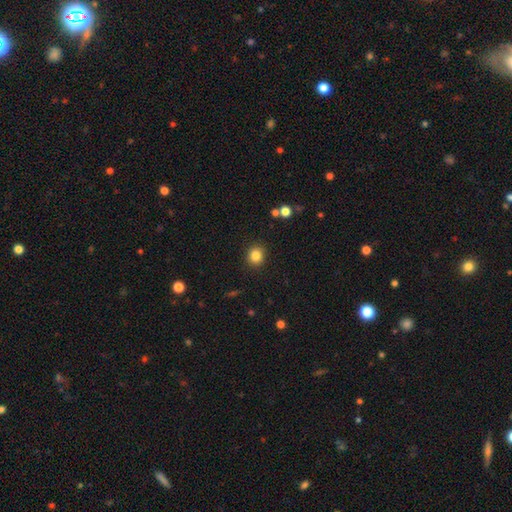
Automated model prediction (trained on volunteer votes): Smooth or featured?
  - smooth: 84% *
  - star or artifact: 11%
  - featured or disk: 5%
How rounded?
  - round: 84% *
  - in between: 15%
  - cigar-shaped: 1%
Merging?
  - none: 90% *
  - minor disturbance: 6%
  - major disturbance: 2%
  - merger: 1%